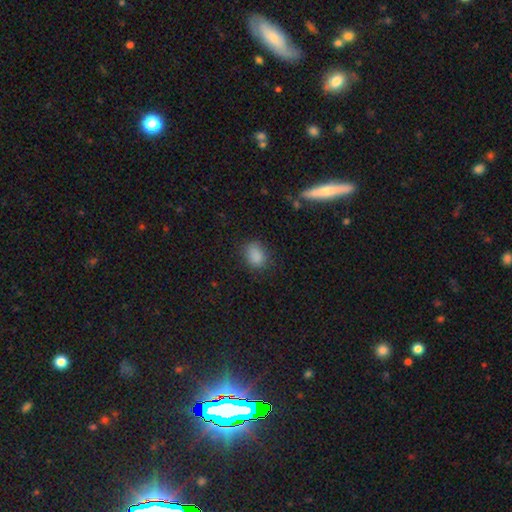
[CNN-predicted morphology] Overall: smooth (85%). How rounded: in between (63%; round 36%). Merging: none (78%).